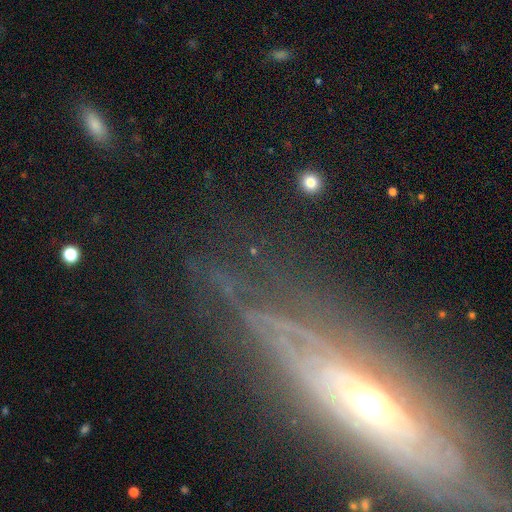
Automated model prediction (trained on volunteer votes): featured or disk 72%, smooth 14%, star or artifact 14%. Down the decision tree: edge-on disk — no (57%); merging — none (68%).